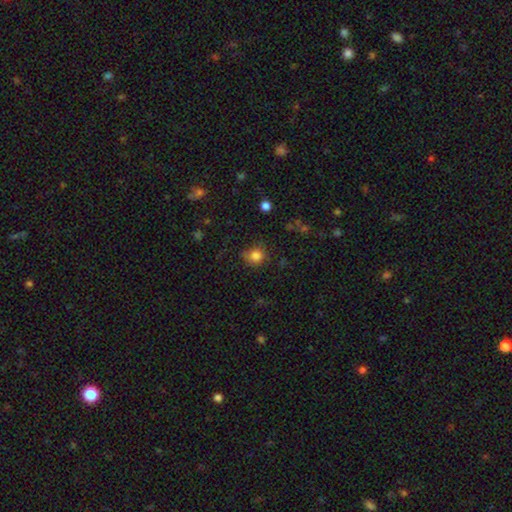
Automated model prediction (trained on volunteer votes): Smooth or featured: smooth — 82% (star or artifact — 12%)
How rounded: round — 85% (in between — 14%)
Merging: none — 73% (minor disturbance — 20%)